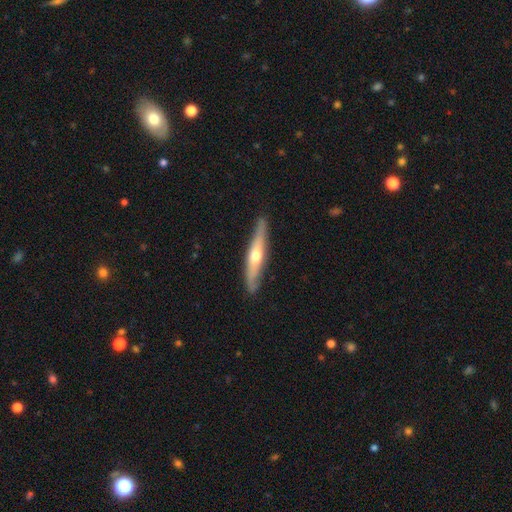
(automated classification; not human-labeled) Smooth or featured? Predicted: featured or disk (p=0.55). Edge-on disk? Predicted: yes (p=0.89). Merging? Predicted: none (p=0.86).